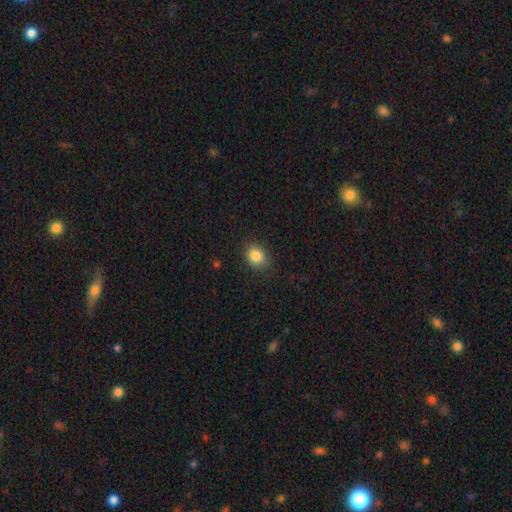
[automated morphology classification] A smooth galaxy with no disk features (85%) that is in between round and cigar-shaped (51%). Merging: none (83%).